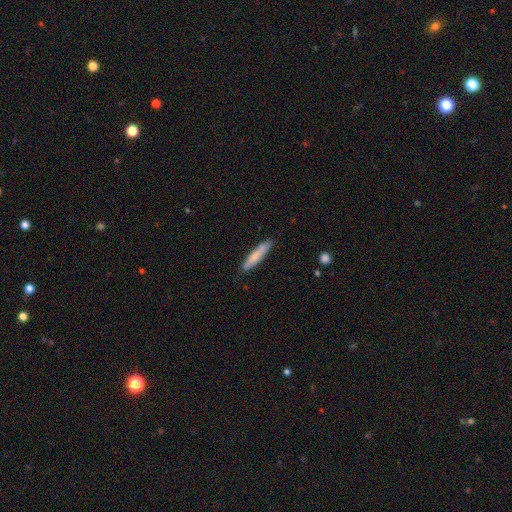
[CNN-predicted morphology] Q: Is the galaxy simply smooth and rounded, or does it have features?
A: smooth — 75%.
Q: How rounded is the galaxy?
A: cigar-shaped — 89%.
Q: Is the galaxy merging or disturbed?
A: none — 84%.